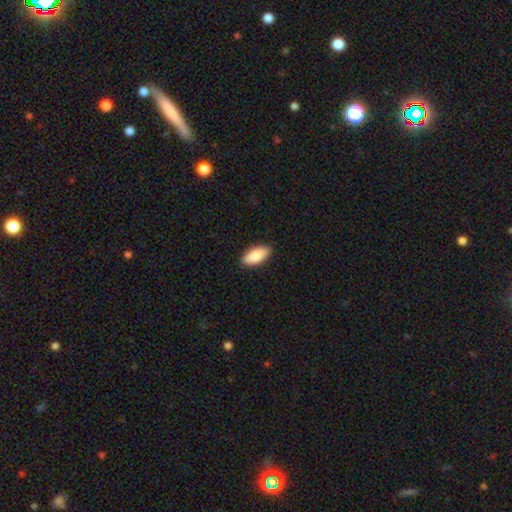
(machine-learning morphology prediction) Smooth or featured? Predicted: smooth (p=0.86). How rounded? Predicted: in between (p=0.87). Merging? Predicted: none (p=0.89).